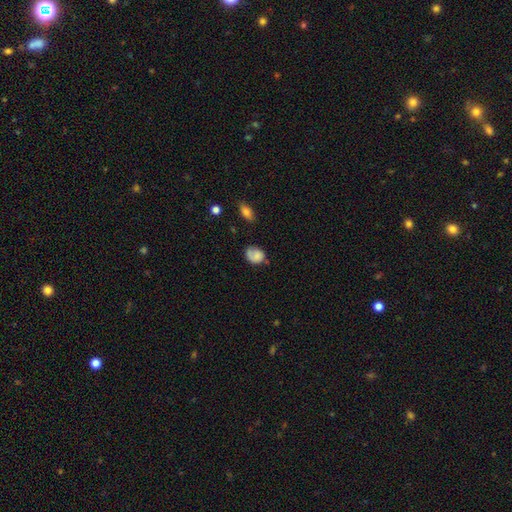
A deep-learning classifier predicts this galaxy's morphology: Smooth or featured?
  - smooth: 71% *
  - featured or disk: 21%
  - star or artifact: 8%
How rounded?
  - in between: 50% *
  - round: 48%
  - cigar-shaped: 1%
Merging?
  - none: 51% *
  - minor disturbance: 31%
  - major disturbance: 14%
  - merger: 5%